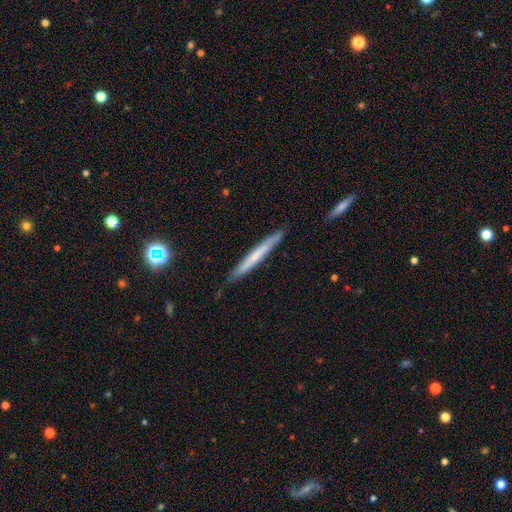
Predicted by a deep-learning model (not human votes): Smooth or featured? smooth (52%)
How rounded? cigar-shaped (97%)
Merging? none (86%)